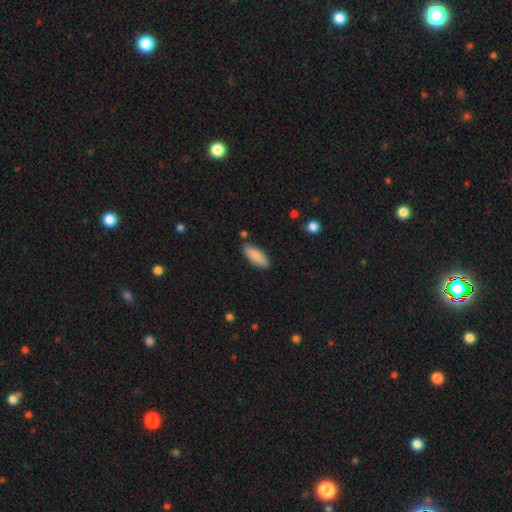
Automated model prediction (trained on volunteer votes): The model was most divided on "how rounded": in between: 74%, cigar-shaped: 24%, round: 2%. More confident: smooth or featured — smooth (87%); merging — none (84%).